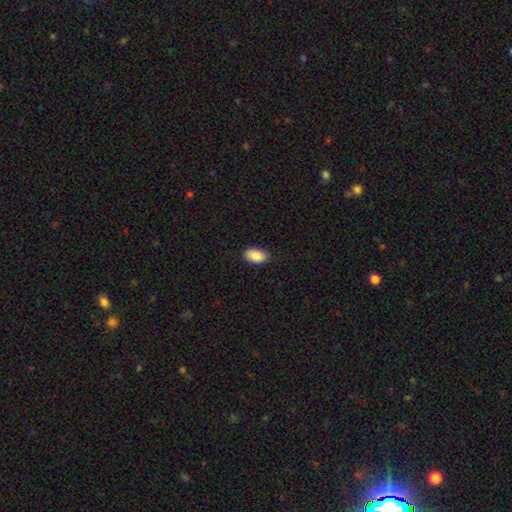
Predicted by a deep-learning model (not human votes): smooth 90%, star or artifact 7%, featured or disk 3%. Down the decision tree: how rounded — in between (94%); merging — none (84%).